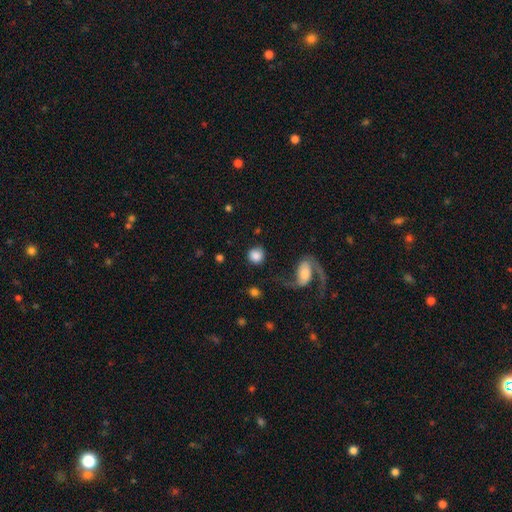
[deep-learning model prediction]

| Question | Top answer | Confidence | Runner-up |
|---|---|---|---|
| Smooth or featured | smooth | 80% | featured or disk (12%) |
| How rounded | round | 87% | in between (12%) |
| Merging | none | 73% | minor disturbance (12%) |